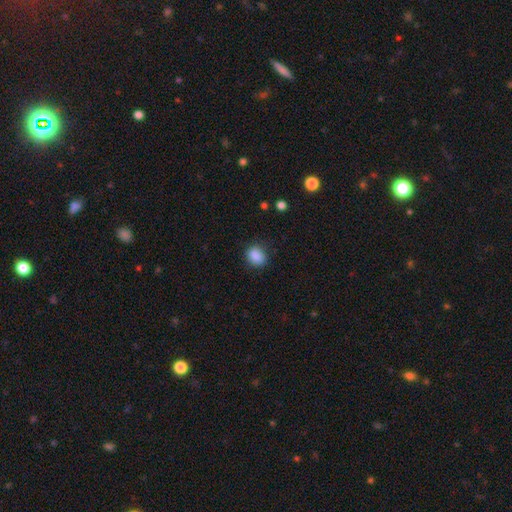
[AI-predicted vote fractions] Morphology: type=smooth (88%); roundness=round (56%); merging=none (83%).